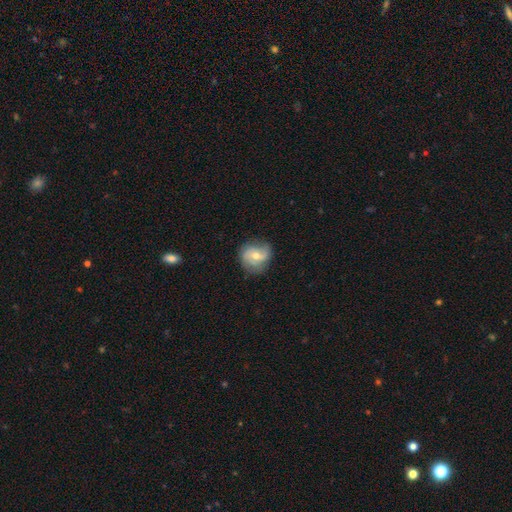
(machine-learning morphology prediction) Q: Smooth or featured?
A: featured or disk (64%); runner-up: smooth (27%)
Q: Edge-on disk?
A: no (97%); runner-up: yes (3%)
Q: Bar?
A: no (47%); runner-up: weak (40%)
Q: Spiral arms?
A: yes (88%); runner-up: no (12%)
Q: Spiral winding?
A: medium (40%); runner-up: loose (37%)
Q: Spiral arm count?
A: 2 (54%); runner-up: can't tell (18%)
Q: Bulge size?
A: moderate (58%); runner-up: small (38%)
Q: Merging?
A: none (71%); runner-up: minor disturbance (21%)